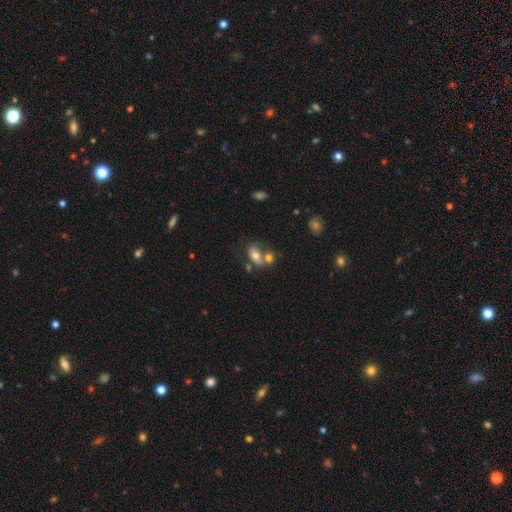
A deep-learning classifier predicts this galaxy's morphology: This appears to be a smooth galaxy with no disk features (62%) that is in between round and cigar-shaped (79%). Merging: merger (49%).